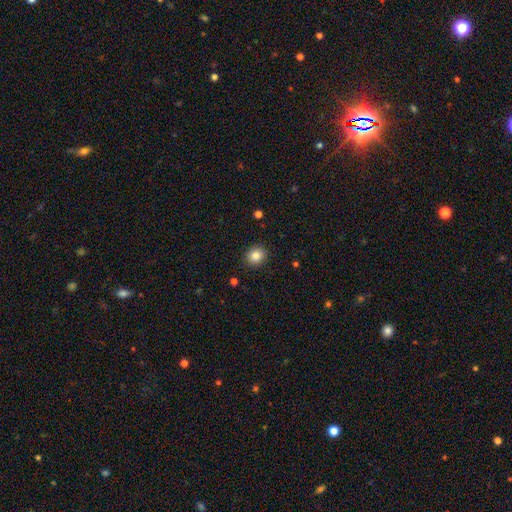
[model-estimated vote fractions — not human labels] Smooth or featured?
  - smooth: 84% *
  - star or artifact: 10%
  - featured or disk: 6%
How rounded?
  - round: 79% *
  - in between: 20%
  - cigar-shaped: 1%
Merging?
  - none: 90% *
  - minor disturbance: 7%
  - major disturbance: 2%
  - merger: 1%